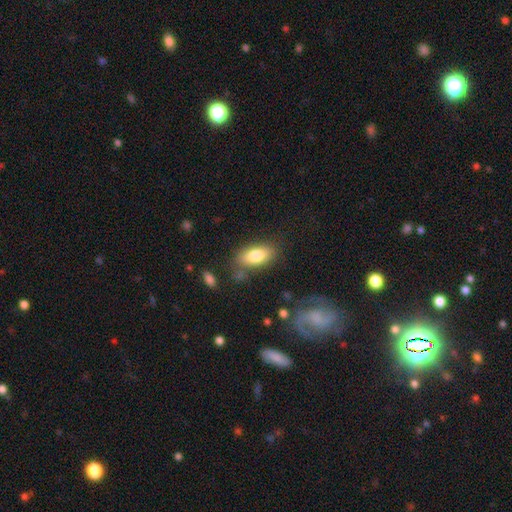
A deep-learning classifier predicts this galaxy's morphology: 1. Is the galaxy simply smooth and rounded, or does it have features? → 79% smooth, 14% featured or disk, 7% star or artifact.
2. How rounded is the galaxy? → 87% in between, 9% cigar-shaped, 4% round.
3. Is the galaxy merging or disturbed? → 75% none, 16% minor disturbance, 5% major disturbance, 5% merger.